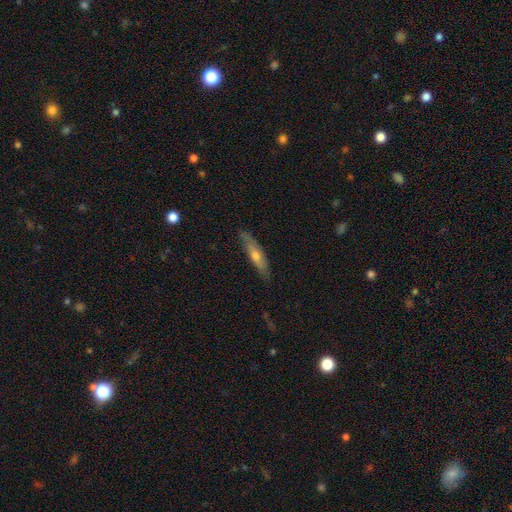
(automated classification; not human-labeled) The model was most divided on "smooth or featured" (2-way tie): featured or disk: 47%, smooth: 47%, star or artifact: 6%. More confident: merging — none (82%).